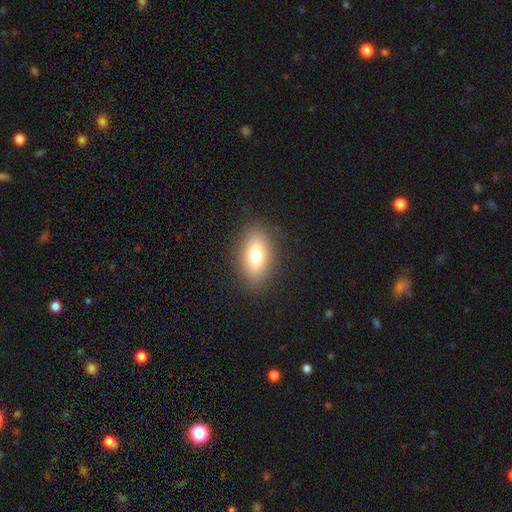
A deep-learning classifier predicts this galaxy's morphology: Q: Smooth or featured?
A: smooth (73%); runner-up: featured or disk (17%)
Q: How rounded?
A: in between (84%); runner-up: round (11%)
Q: Merging?
A: none (87%); runner-up: minor disturbance (9%)